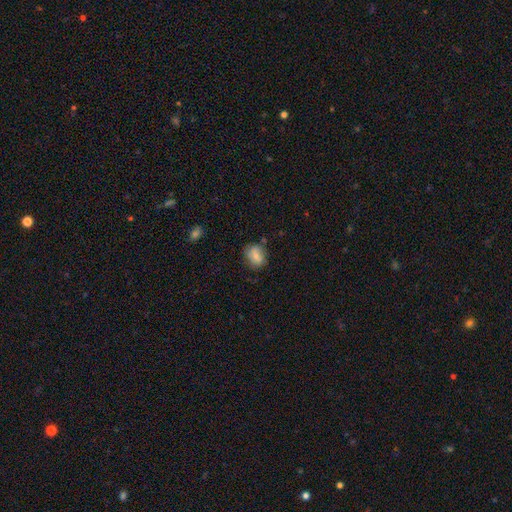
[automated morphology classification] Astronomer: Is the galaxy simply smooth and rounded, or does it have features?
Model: smooth — 72%.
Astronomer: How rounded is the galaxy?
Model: round — 54% (runner-up: in between, 45%).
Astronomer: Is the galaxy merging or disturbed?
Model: none — 71%.